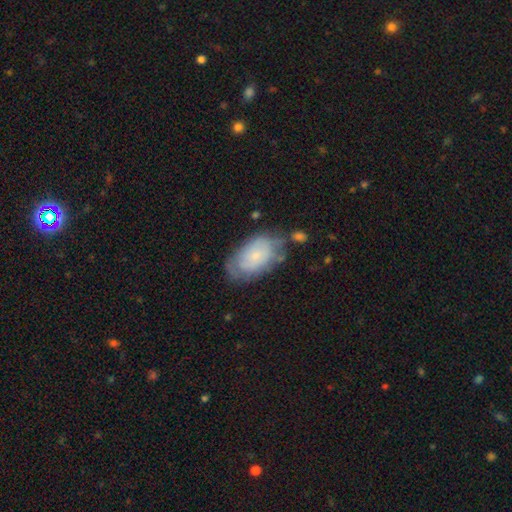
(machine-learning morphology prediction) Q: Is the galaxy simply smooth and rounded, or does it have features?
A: smooth — 58%.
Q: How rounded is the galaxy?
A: in between — 92%.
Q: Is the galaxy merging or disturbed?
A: none — 55%.